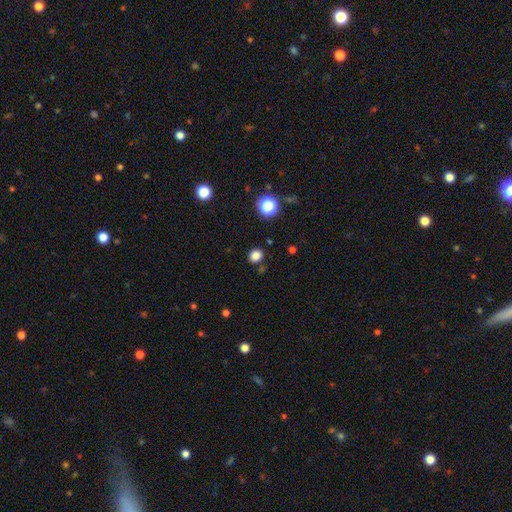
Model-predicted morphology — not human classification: Smooth or featured?
  - smooth: 82% *
  - star or artifact: 14%
  - featured or disk: 4%
How rounded?
  - round: 75% *
  - in between: 25%
  - cigar-shaped: 1%
Merging?
  - none: 86% *
  - minor disturbance: 8%
  - merger: 3%
  - major disturbance: 3%